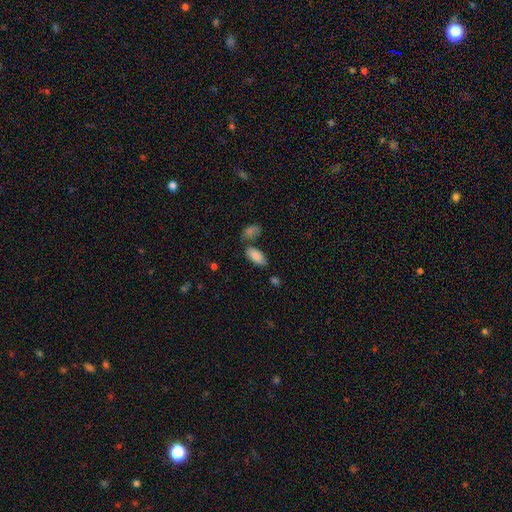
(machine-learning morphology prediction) A smooth galaxy with no disk features (84%) that is in between round and cigar-shaped (92%). Merging: none (61%).